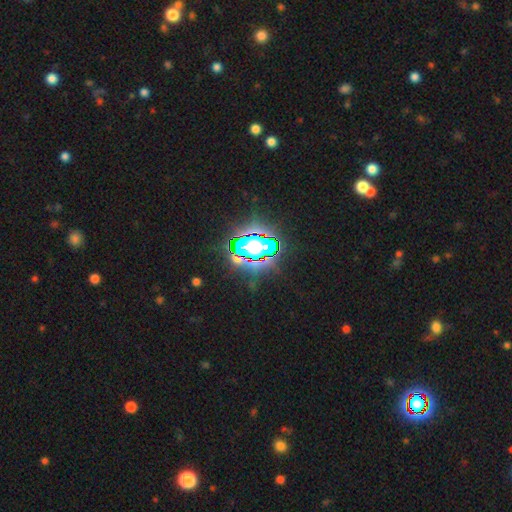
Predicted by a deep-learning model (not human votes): A star or artifact, not a galaxy (73%).

Vote fractions:
- Smooth or featured? star or artifact: 73% / smooth: 14% / featured or disk: 13%